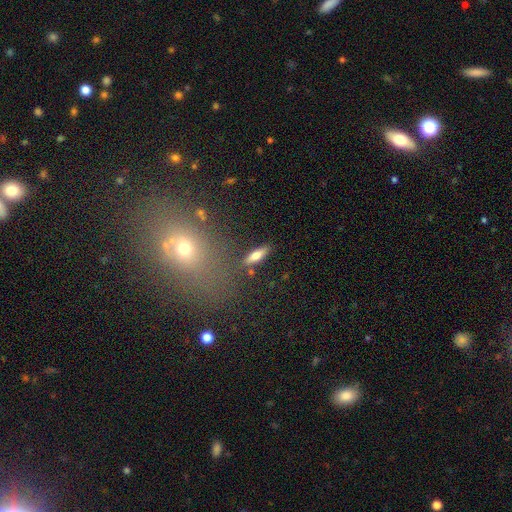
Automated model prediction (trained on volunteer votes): Smooth or featured? smooth (69%)
How rounded? in between (52%)
Merging? none (83%)